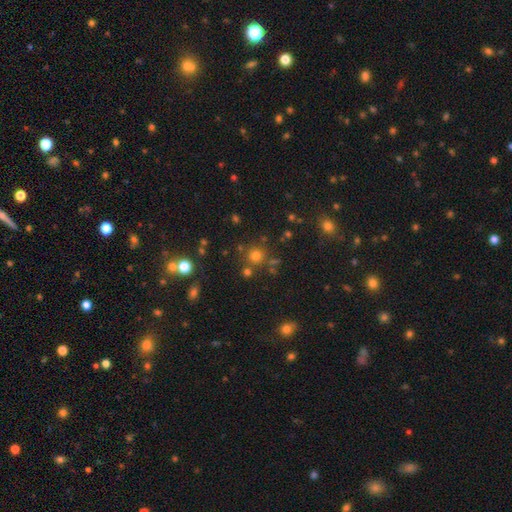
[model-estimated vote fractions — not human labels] Morphology: type=smooth (72%); roundness=round (92%); merging=none (77%).